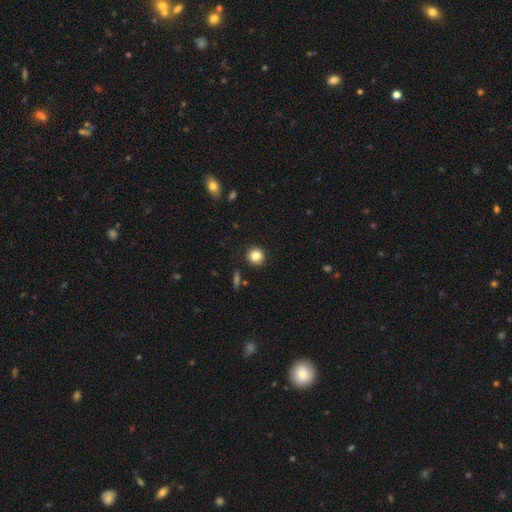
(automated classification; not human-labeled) Smooth or featured?
  - smooth: 84% *
  - star or artifact: 10%
  - featured or disk: 6%
How rounded?
  - round: 92% *
  - in between: 7%
  - cigar-shaped: 1%
Merging?
  - none: 91% *
  - minor disturbance: 6%
  - major disturbance: 2%
  - merger: 1%